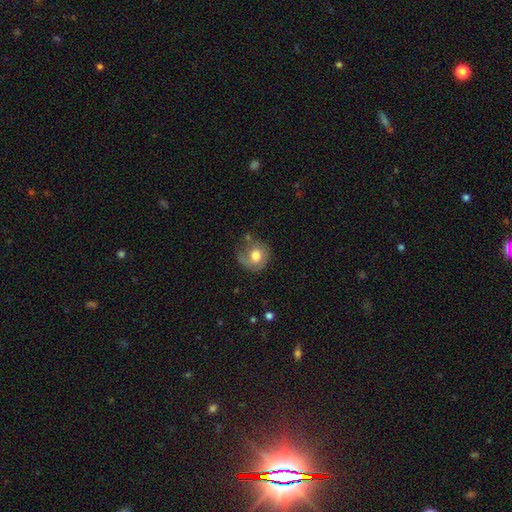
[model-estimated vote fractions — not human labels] smooth_or_featured: smooth (p=0.61) [alt: featured or disk p=0.31]
how_rounded: round (p=0.83) [alt: in between p=0.16]
merging: none (p=0.55) [alt: minor disturbance p=0.26]